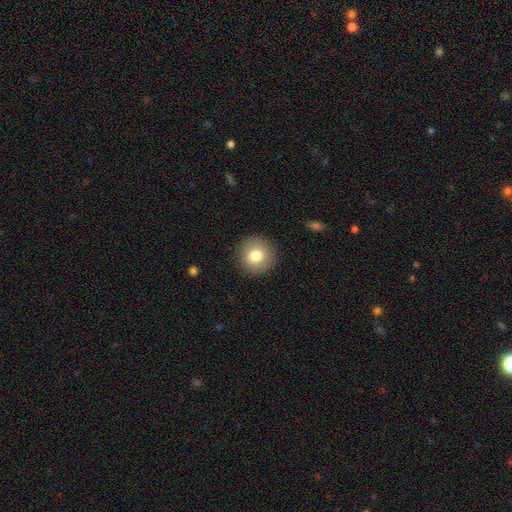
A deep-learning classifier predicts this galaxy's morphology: Smooth or featured? smooth (80%)
How rounded? round (93%)
Merging? none (91%)